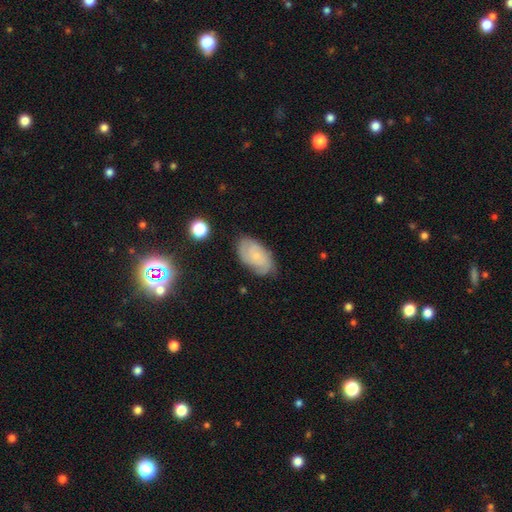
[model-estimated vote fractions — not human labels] This appears to be a featured or disk galaxy (56%) with no bar (78%), spiral arms (86%) and a small central bulge (78%). Merging: none (75%).